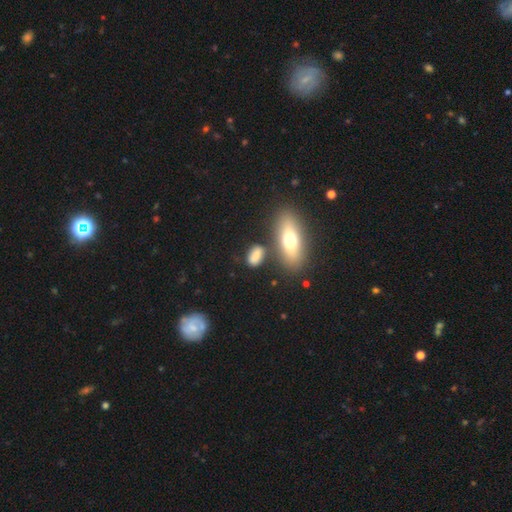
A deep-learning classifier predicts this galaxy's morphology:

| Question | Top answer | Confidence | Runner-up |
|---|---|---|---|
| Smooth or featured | smooth | 79% | featured or disk (12%) |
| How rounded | in between | 78% | round (11%) |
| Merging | none | 65% | minor disturbance (17%) |